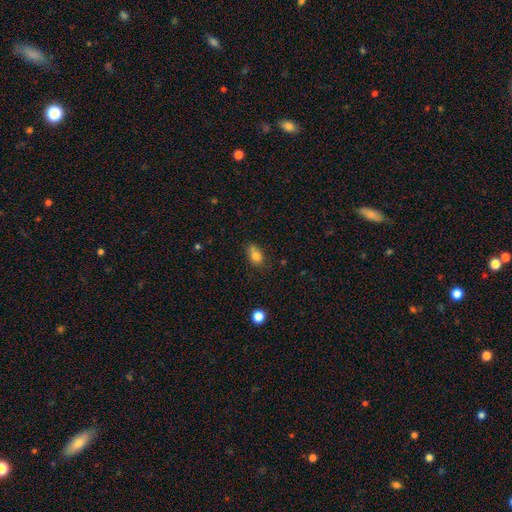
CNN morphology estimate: The model was most divided on "merging": none: 53%, minor disturbance: 28%, merger: 11%, major disturbance: 8%. More confident: smooth or featured — smooth (79%); how rounded — in between (73%).